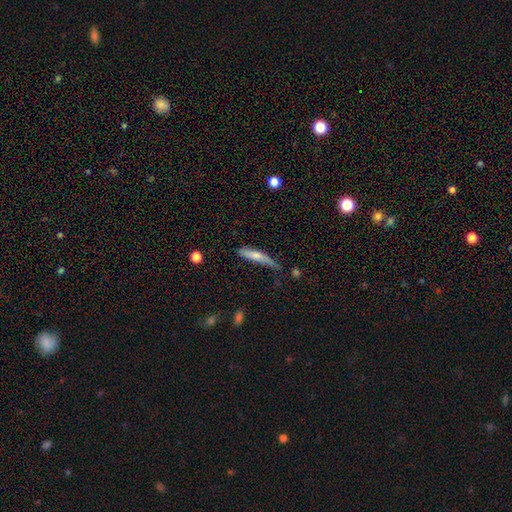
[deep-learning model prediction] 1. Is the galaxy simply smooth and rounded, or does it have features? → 68% smooth, 26% featured or disk, 6% star or artifact.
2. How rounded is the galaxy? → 84% cigar-shaped, 14% in between, 2% round.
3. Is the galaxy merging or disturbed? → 46% none, 36% minor disturbance, 13% major disturbance, 4% merger.